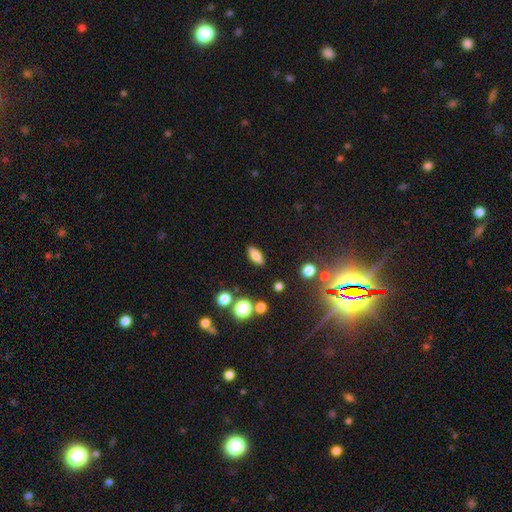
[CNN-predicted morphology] Smooth or featured: smooth — 71% (featured or disk — 19%)
How rounded: in between — 73% (cigar-shaped — 22%)
Merging: none — 87% (minor disturbance — 9%)